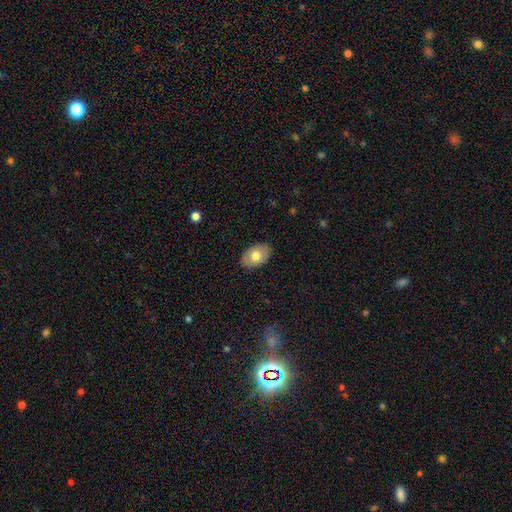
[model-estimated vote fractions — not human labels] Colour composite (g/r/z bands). It shows a smooth galaxy with no disk features (73%) that is in between round and cigar-shaped (87%). Merging: none (87%).